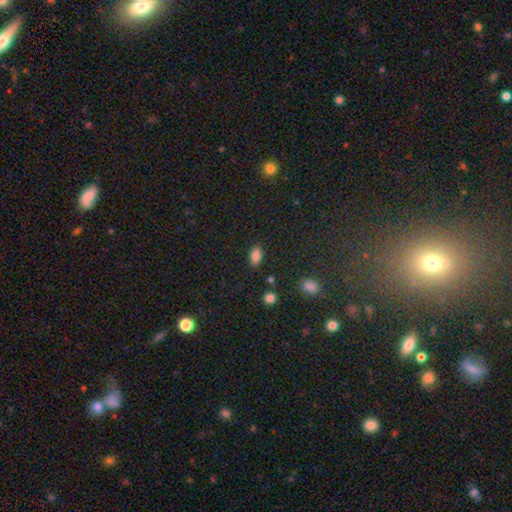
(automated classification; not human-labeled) Morphology: type=smooth (84%); roundness=in between (90%); merging=none (84%).